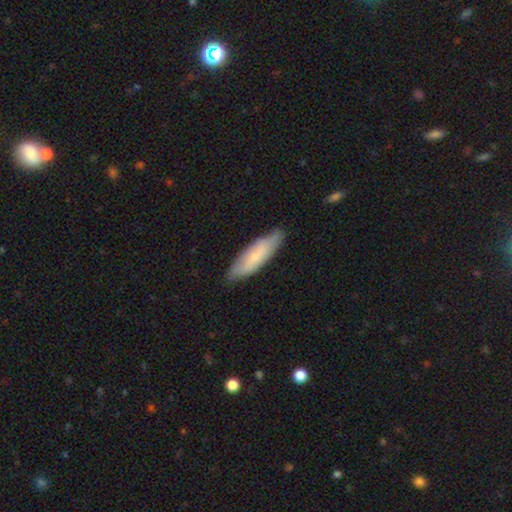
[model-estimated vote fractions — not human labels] A smooth galaxy with no disk features (59%) that is cigar-shaped (57%). Merging: none (80%).